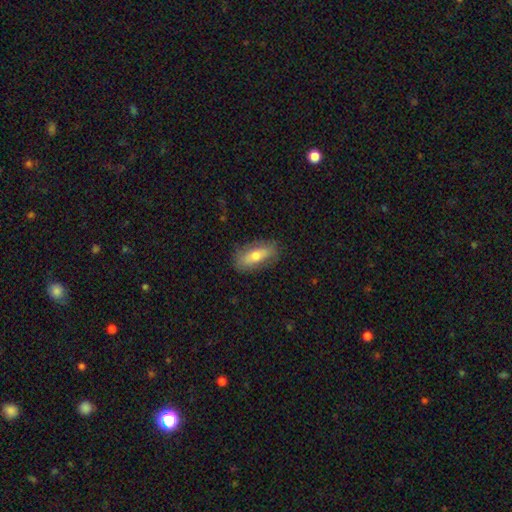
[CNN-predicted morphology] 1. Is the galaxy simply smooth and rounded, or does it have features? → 62% smooth, 31% featured or disk, 7% star or artifact.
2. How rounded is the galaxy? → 69% in between, 28% cigar-shaped, 3% round.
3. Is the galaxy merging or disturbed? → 82% none, 14% minor disturbance, 3% major disturbance, 1% merger.